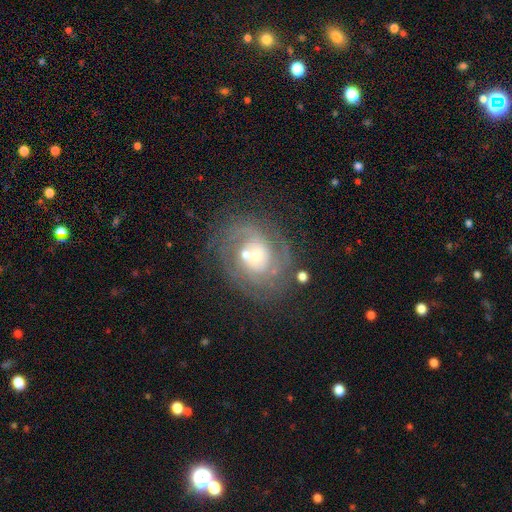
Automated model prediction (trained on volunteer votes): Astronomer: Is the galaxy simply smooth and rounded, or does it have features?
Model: featured or disk — 81%.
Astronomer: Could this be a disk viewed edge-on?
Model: no — 98%.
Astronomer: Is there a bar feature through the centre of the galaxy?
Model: no — 74%.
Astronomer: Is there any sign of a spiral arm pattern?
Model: yes — 92%.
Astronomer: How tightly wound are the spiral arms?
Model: tight — 56% (runner-up: medium, 34%).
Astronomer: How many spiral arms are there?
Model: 2 — 44% (runner-up: can't tell, 24%).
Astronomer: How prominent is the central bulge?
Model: small — 50% (runner-up: moderate, 39%).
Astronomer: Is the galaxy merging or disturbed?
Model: none — 63%.